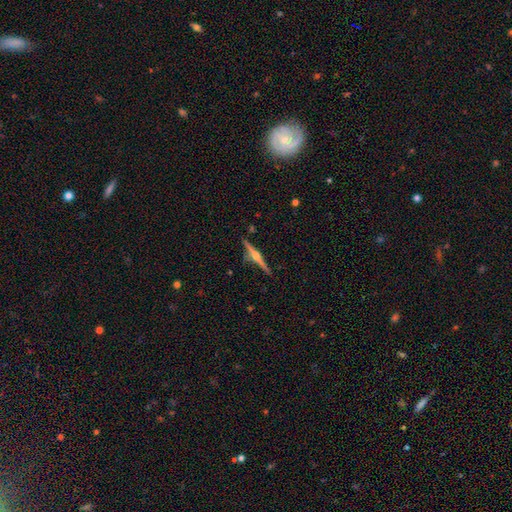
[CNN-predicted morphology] The model was most divided on "smooth or featured": featured or disk: 81%, smooth: 13%, star or artifact: 6%. More confident: edge-on disk — yes (98%); edge-on bulge — rounded (94%); merging — none (88%).